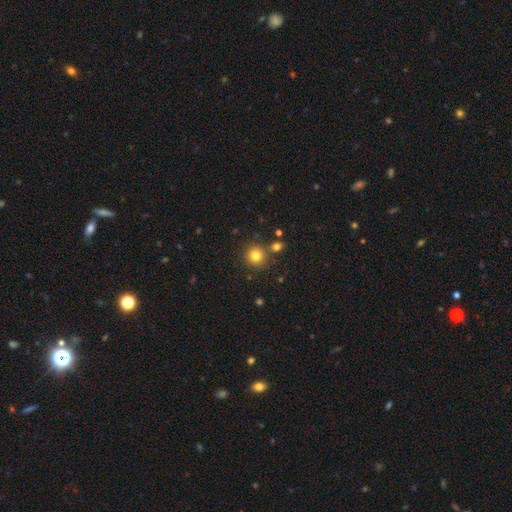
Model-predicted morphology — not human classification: This is clearly a smooth galaxy (80%). How rounded: clearly round (92%). Merging: clearly none (81%).